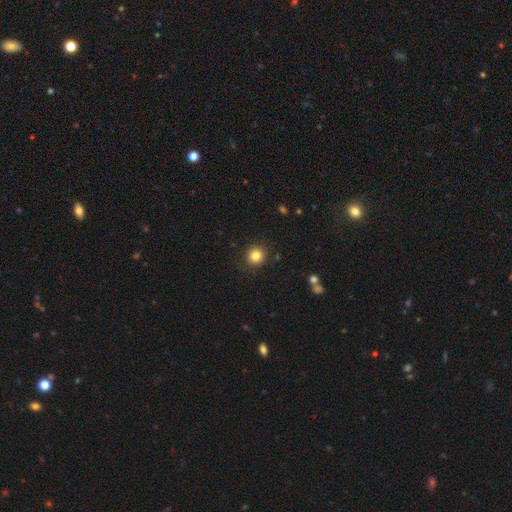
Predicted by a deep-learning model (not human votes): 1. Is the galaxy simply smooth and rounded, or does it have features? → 83% smooth, 11% star or artifact, 5% featured or disk.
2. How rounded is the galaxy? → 90% round, 9% in between, 1% cigar-shaped.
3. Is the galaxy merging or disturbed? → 90% none, 7% minor disturbance, 2% major disturbance, 1% merger.